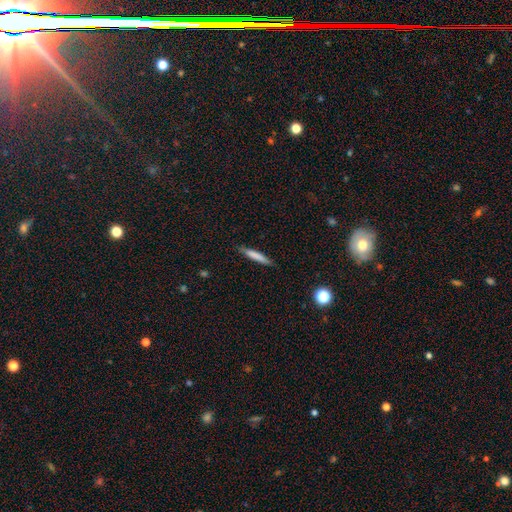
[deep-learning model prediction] This appears to be a smooth galaxy with no disk features (76%) that is cigar-shaped (93%). Merging: none (86%).